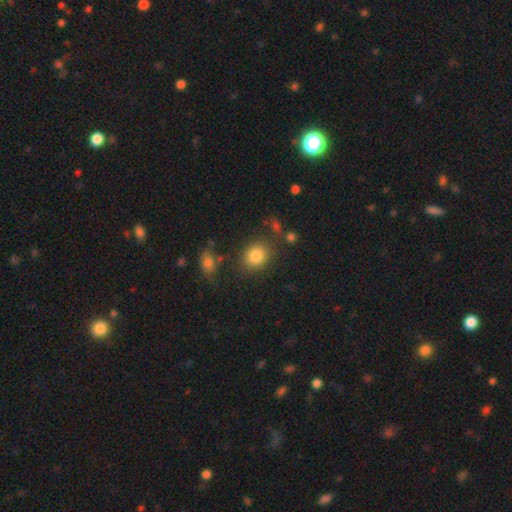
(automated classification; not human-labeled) The model was most divided on "how rounded": round: 60%, in between: 39%, cigar-shaped: 1%. More confident: smooth or featured — smooth (85%); merging — none (77%).